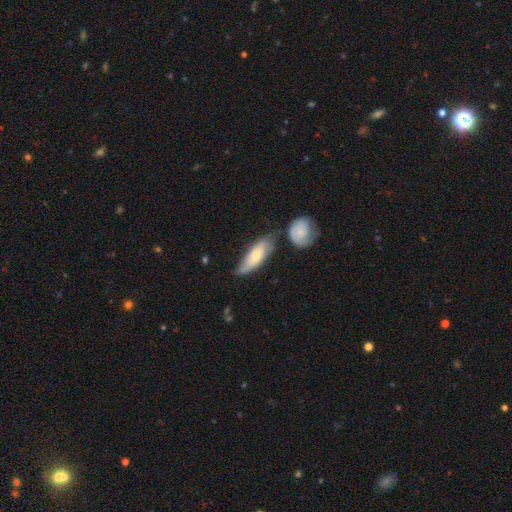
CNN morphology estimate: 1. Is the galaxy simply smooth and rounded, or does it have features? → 60% smooth, 34% featured or disk, 6% star or artifact.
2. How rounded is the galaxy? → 63% in between, 35% cigar-shaped, 2% round.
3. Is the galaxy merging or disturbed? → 52% none, 28% minor disturbance, 12% merger, 8% major disturbance.